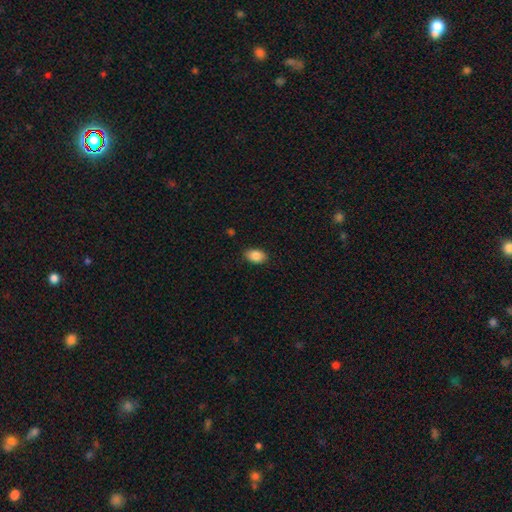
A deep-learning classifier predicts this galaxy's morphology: The model was most divided on "how rounded": in between: 89%, round: 10%, cigar-shaped: 1%. More confident: merging — none (88%); smooth or featured — smooth (87%).